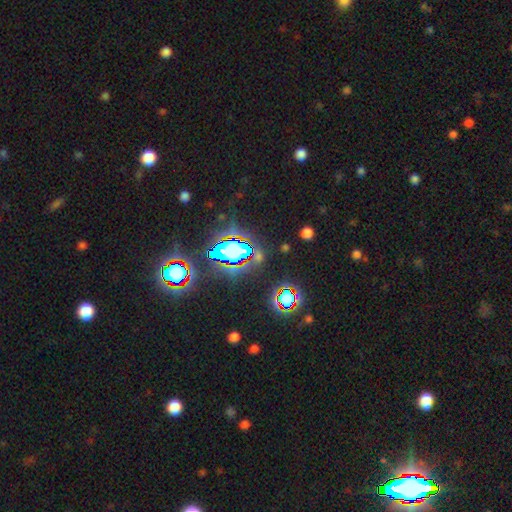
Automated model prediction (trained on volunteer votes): This appears to be a star or artifact, not a galaxy (75%).